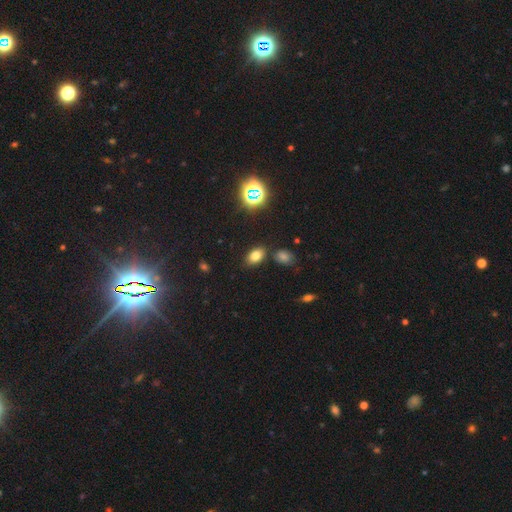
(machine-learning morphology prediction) Smooth or featured? smooth (72%)
How rounded? in between (85%)
Merging? none (81%)